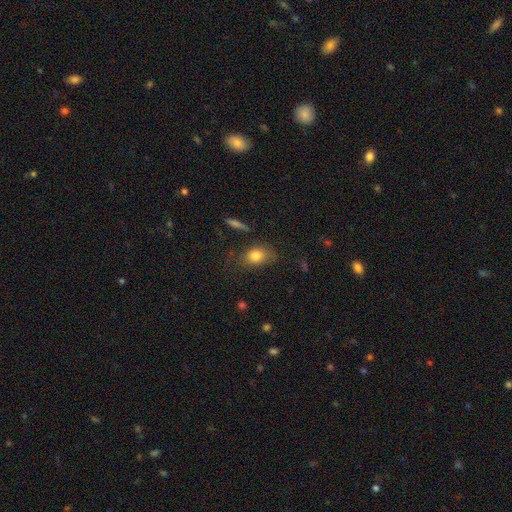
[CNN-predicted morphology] A smooth galaxy with no disk features (81%) that is in between round and cigar-shaped (70%). Merging: none (68%).